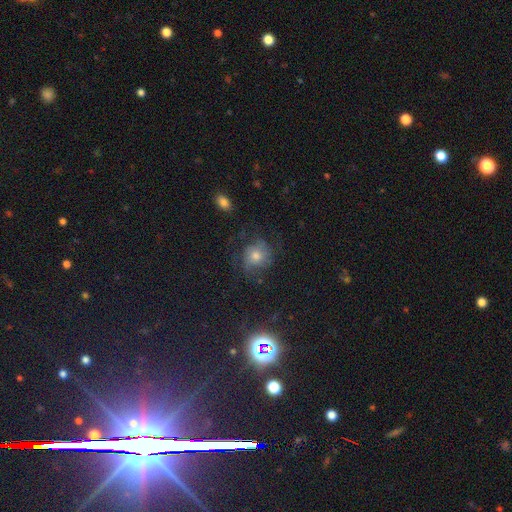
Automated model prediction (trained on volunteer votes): smooth-or-featured: featured or disk: 43% | smooth: 31% | star or artifact: 26%
  merging: none: 66% | minor disturbance: 19% | major disturbance: 13% | merger: 2%